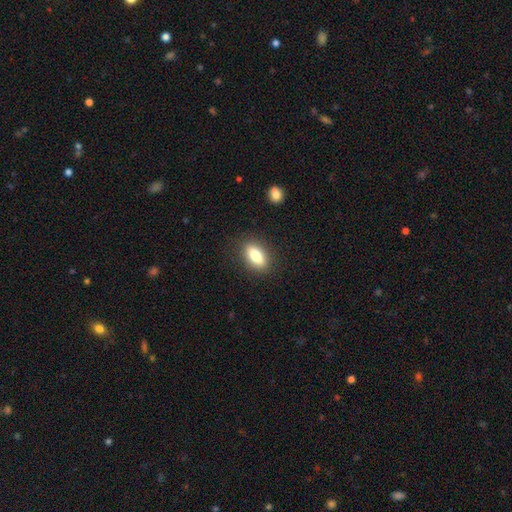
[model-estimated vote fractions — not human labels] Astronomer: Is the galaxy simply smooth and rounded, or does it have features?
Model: smooth — 79%.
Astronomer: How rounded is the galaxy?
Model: in between — 82%.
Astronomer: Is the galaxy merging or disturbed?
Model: none — 87%.